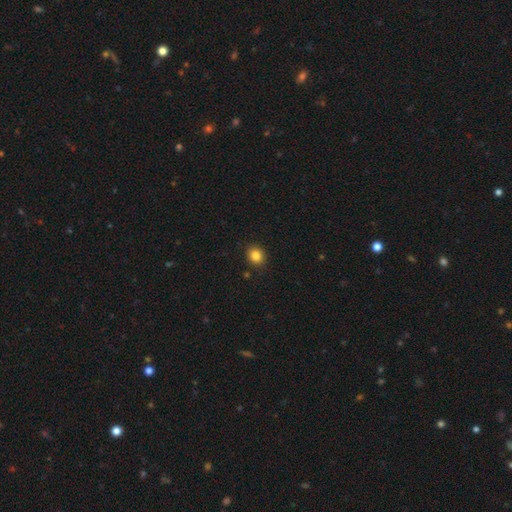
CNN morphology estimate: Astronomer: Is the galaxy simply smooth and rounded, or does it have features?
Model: smooth — 85%.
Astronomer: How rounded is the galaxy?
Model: round — 73%.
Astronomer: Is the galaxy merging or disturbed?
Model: none — 89%.